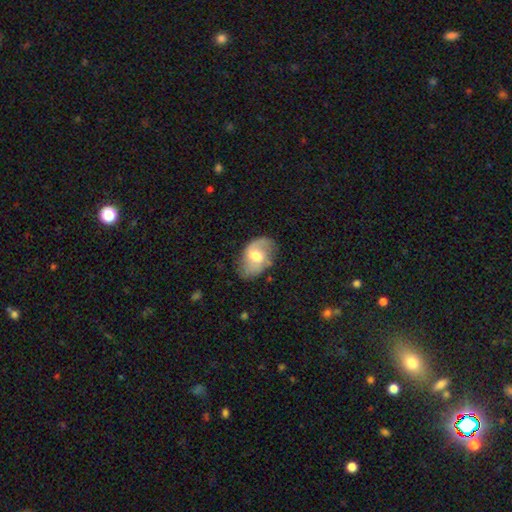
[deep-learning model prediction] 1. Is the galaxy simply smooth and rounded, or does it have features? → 57% featured or disk, 36% smooth, 7% star or artifact.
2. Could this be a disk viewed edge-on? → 95% no, 5% yes.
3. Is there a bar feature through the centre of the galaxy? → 48% weak, 40% no, 12% strong.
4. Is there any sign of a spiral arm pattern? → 78% yes, 22% no.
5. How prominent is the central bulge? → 68% moderate, 16% small, 13% large, 2% none, 1% dominant.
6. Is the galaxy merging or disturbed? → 65% none, 24% minor disturbance, 9% major disturbance, 2% merger.